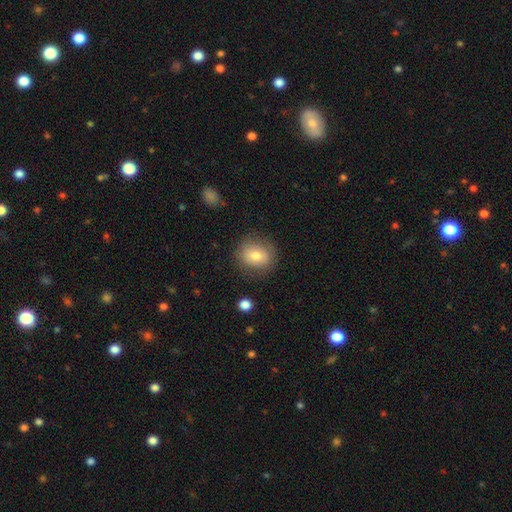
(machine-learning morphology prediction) This is likely a smooth galaxy (75%). How rounded: likely round (72%). Merging: likely none (80%).